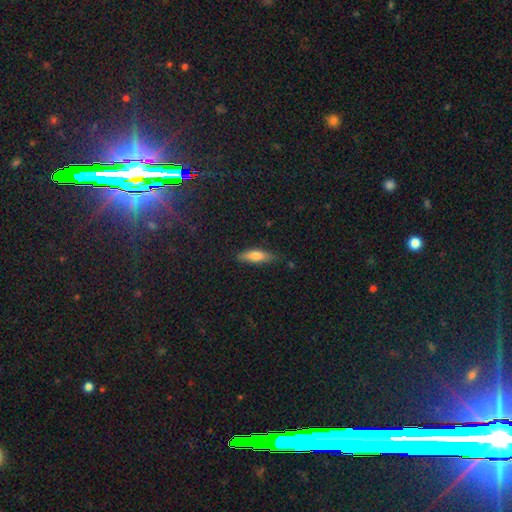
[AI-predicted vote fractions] Smooth or featured? smooth (73%)
How rounded? cigar-shaped (55%)
Merging? none (79%)